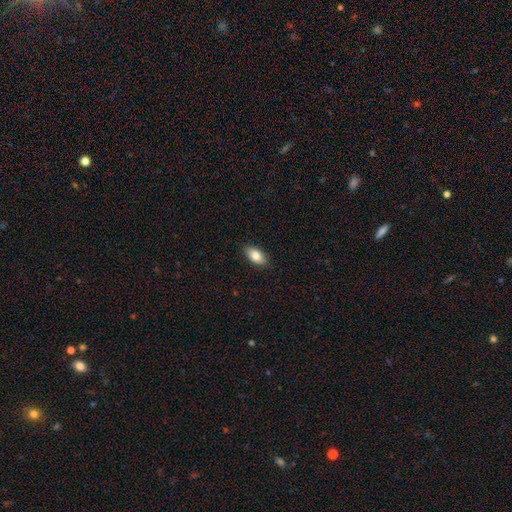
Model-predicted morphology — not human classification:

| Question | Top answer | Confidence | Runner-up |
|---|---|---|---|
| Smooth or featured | smooth | 84% | featured or disk (9%) |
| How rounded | in between | 91% | cigar-shaped (5%) |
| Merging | none | 88% | minor disturbance (9%) |